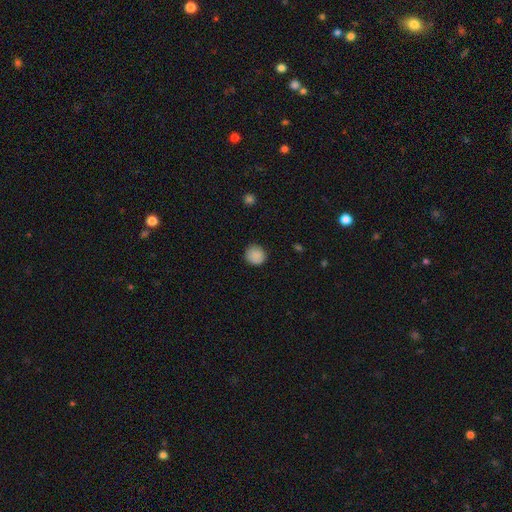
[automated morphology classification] smooth 88%, star or artifact 8%, featured or disk 3%. Down the decision tree: how rounded — round (90%); merging — none (87%).